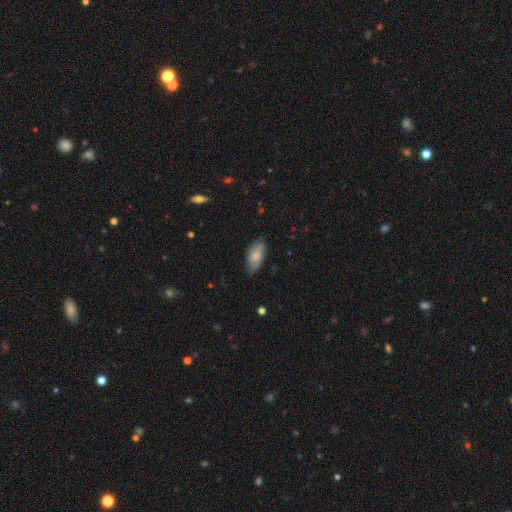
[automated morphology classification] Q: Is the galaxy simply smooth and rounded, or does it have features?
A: smooth — 73%.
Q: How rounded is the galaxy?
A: in between — 92%.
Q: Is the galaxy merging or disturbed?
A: none — 73%.